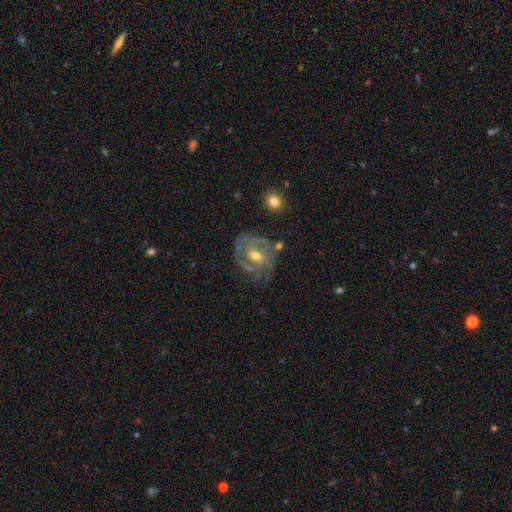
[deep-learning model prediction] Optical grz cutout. It shows a featured or disk galaxy (81%) with a weak bar (45%), 2 (37%) tight (56%) spiral arms (83%) and a moderate central bulge (62%). Merging: none (59%).